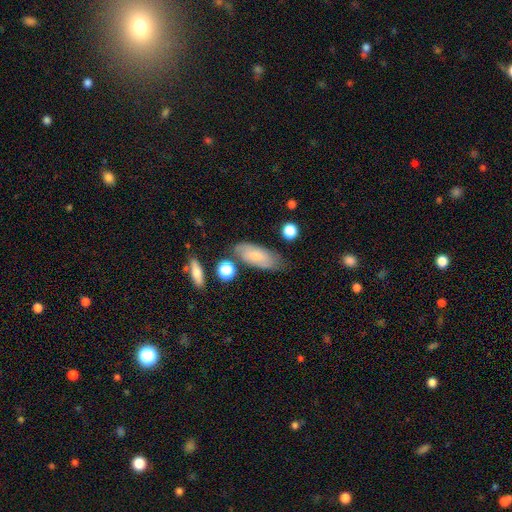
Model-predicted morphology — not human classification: A smooth galaxy with no disk features (61%) that is in between round and cigar-shaped (81%). Merging: none (67%).